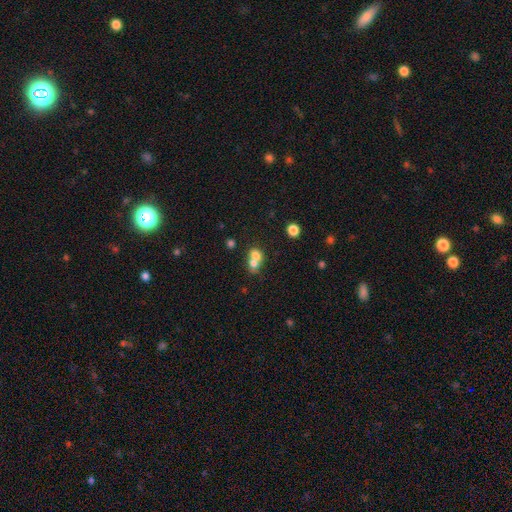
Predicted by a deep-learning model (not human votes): Overall: smooth (70%). How rounded: round (61%; in between 37%). Merging: merger (69%).